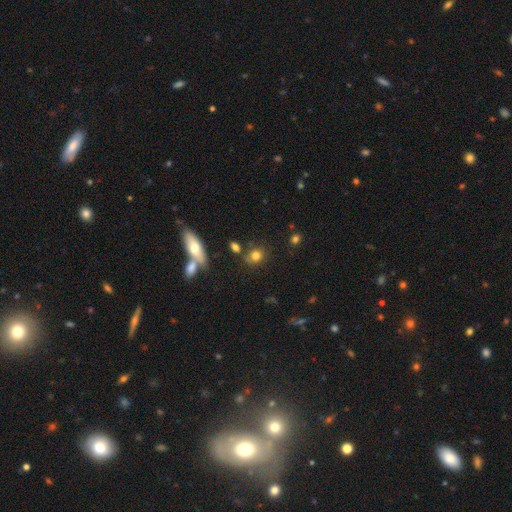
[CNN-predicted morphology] type=smooth (78%); roundness=round (66%); merging=none (68%).